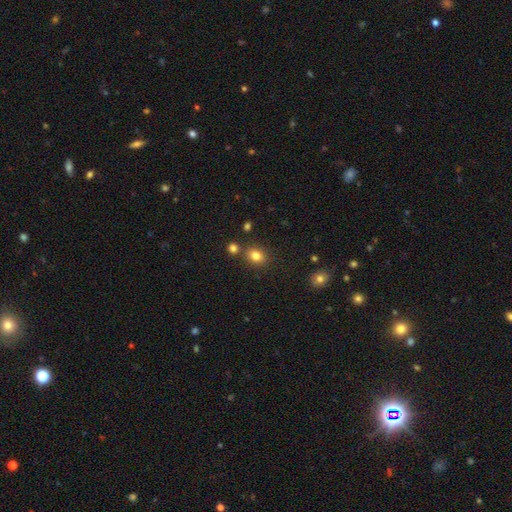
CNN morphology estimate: Smooth or featured?
  - smooth: 81% *
  - star or artifact: 12%
  - featured or disk: 7%
How rounded?
  - round: 51% *
  - in between: 48%
  - cigar-shaped: 1%
Merging?
  - none: 77% *
  - minor disturbance: 10%
  - merger: 10%
  - major disturbance: 3%